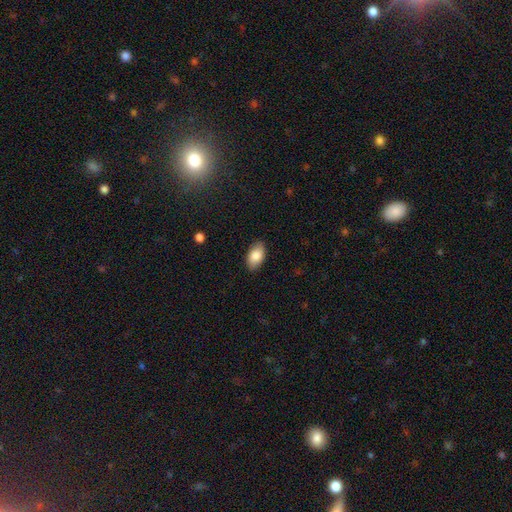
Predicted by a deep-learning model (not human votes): smooth 85%, featured or disk 8%, star or artifact 6%. Down the decision tree: how rounded — in between (94%); merging — none (86%).